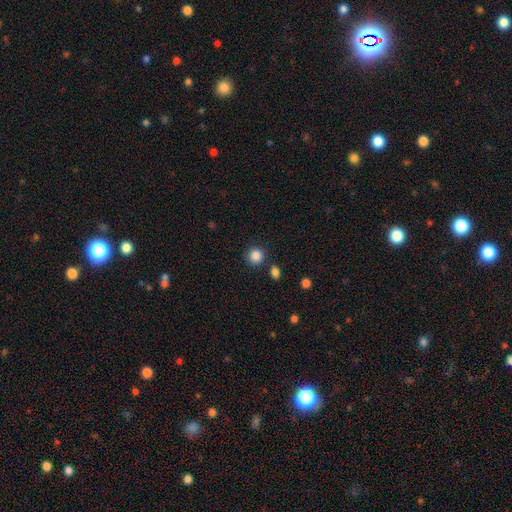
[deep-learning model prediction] A smooth galaxy with no disk features (87%) that is round (90%).

Vote fractions:
- Smooth or featured? smooth: 87% / star or artifact: 10% / featured or disk: 4%
- How rounded? round: 90% / in between: 9% / cigar-shaped: 1%
- Merging? none: 83% / minor disturbance: 8% / merger: 6% / major disturbance: 3%